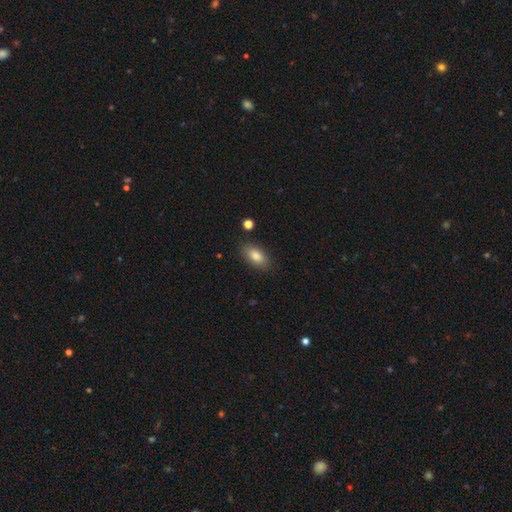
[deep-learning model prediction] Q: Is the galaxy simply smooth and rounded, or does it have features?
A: smooth — 84%.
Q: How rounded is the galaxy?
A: in between — 90%.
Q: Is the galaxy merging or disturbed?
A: none — 84%.